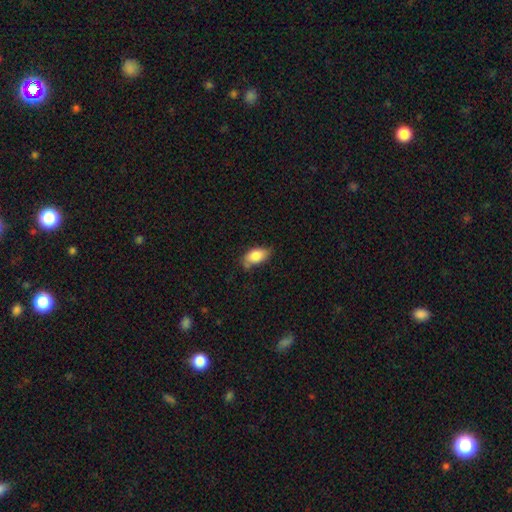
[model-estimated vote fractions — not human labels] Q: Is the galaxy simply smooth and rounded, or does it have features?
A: smooth — 82%.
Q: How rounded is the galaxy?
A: in between — 91%.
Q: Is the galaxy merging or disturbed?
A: none — 58%.